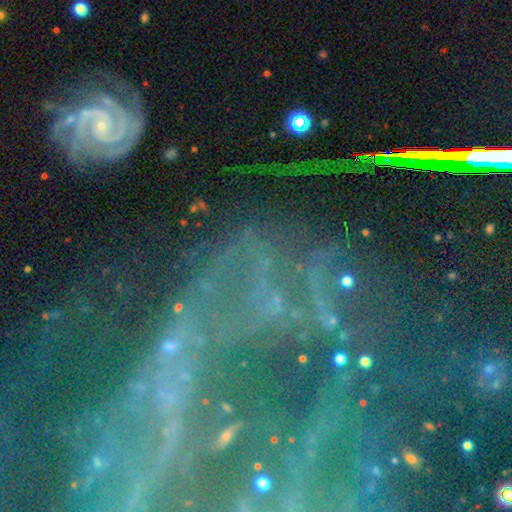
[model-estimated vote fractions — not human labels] This appears to be a star or artifact, not a galaxy (50%).